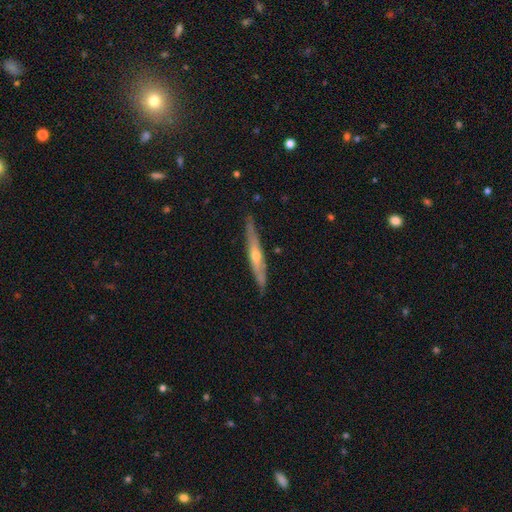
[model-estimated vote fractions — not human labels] This appears to be a featured or disk galaxy (70%) viewed edge-on (89%) with a rounded central bulge (75%). Merging: none (83%).